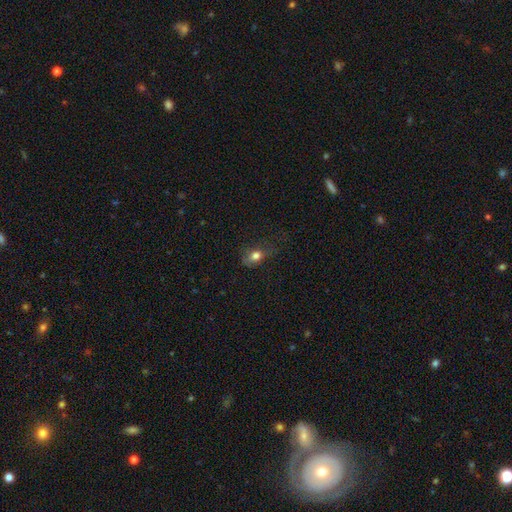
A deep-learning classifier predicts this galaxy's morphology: Smooth or featured? Predicted: smooth (p=0.77). How rounded? Predicted: in between (p=0.65). Merging? Predicted: none (p=0.51).